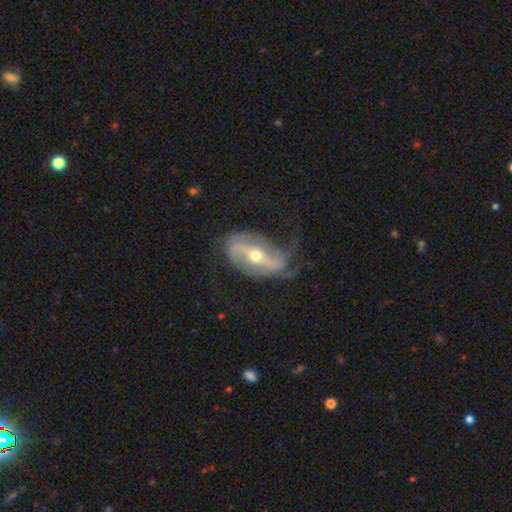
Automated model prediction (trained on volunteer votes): Smooth or featured: featured or disk — 86% (smooth — 9%)
Edge-on disk: no — 93% (yes — 7%)
Bar: strong — 62% (weak — 23%)
Spiral arms: yes — 89% (no — 11%)
Spiral winding: loose — 49% (medium — 36%)
Spiral arm count: 2 — 85% (can't tell — 6%)
Bulge size: moderate — 59% (small — 36%)
Merging: none — 56% (minor disturbance — 22%)